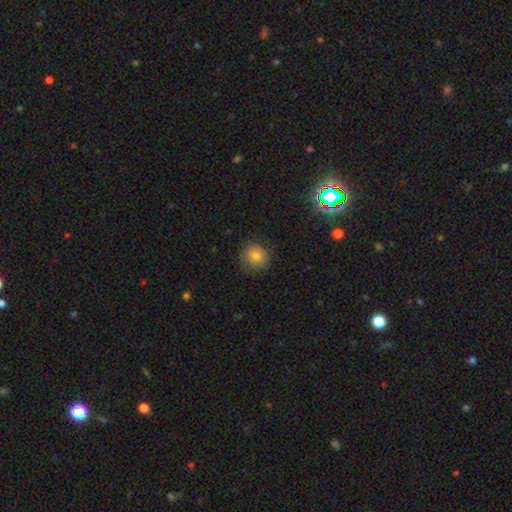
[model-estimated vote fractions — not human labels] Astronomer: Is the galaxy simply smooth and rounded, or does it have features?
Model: smooth — 76%.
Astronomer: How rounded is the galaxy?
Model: round — 89%.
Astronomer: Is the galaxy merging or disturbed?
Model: none — 82%.